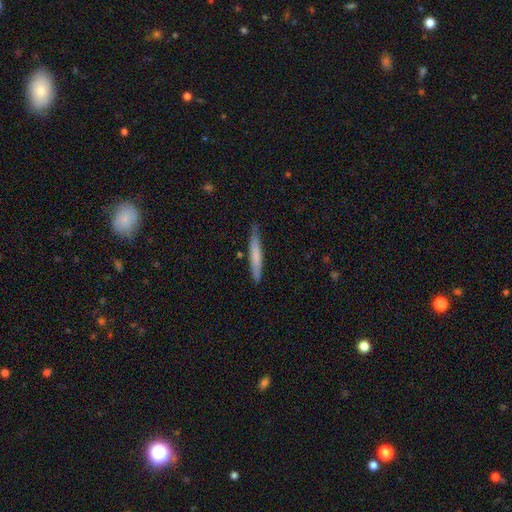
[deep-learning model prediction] smooth 66%, featured or disk 28%, star or artifact 5%. Down the decision tree: how rounded — cigar-shaped (95%); merging — none (83%).